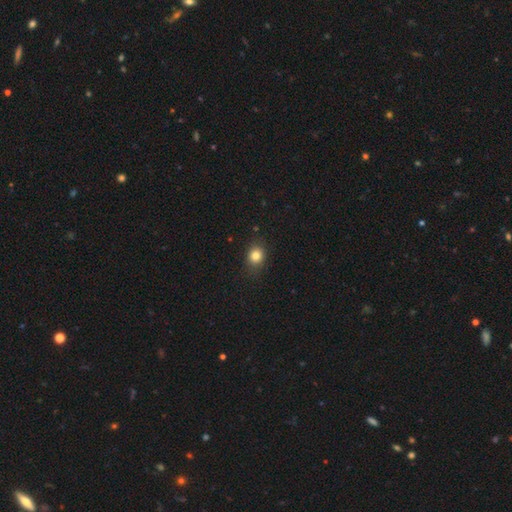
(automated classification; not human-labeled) Smooth or featured?
  - smooth: 82% *
  - star or artifact: 11%
  - featured or disk: 7%
How rounded?
  - round: 61% *
  - in between: 38%
  - cigar-shaped: 1%
Merging?
  - none: 83% *
  - minor disturbance: 13%
  - major disturbance: 3%
  - merger: 1%